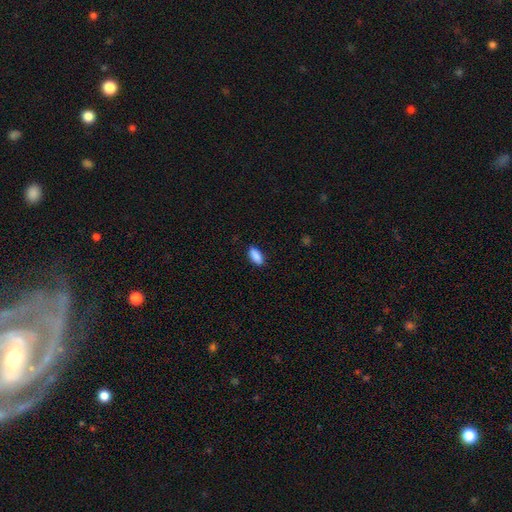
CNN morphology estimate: A smooth galaxy with no disk features (89%) that is in between round and cigar-shaped (85%). Merging: none (87%).